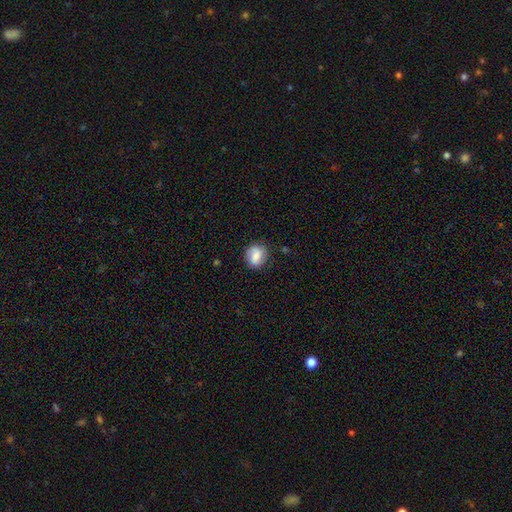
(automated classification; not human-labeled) Overall: smooth (72%). How rounded: round (70%). Merging: none (80%).